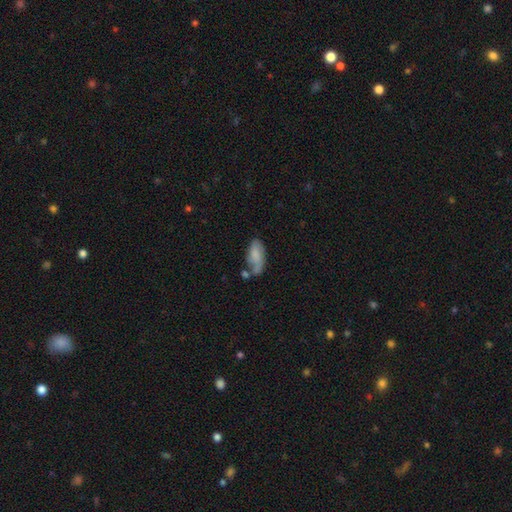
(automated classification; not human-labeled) Q: Smooth or featured?
A: smooth (73%); runner-up: featured or disk (19%)
Q: How rounded?
A: in between (88%); runner-up: cigar-shaped (10%)
Q: Merging?
A: none (41%); runner-up: minor disturbance (26%)